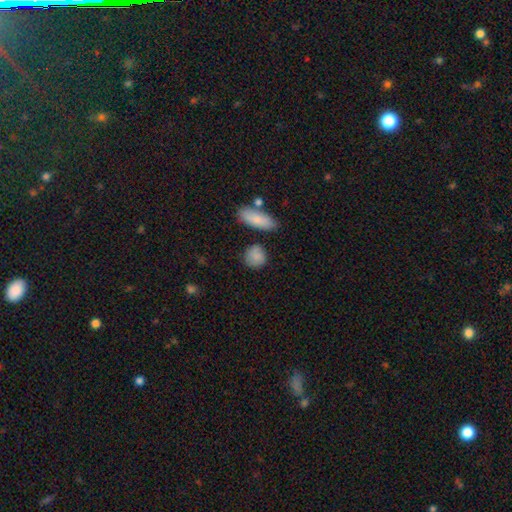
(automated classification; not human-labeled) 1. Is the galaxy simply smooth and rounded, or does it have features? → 86% smooth, 8% featured or disk, 7% star or artifact.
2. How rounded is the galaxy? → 73% round, 23% in between, 3% cigar-shaped.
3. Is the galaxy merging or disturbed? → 76% none, 14% minor disturbance, 5% merger, 4% major disturbance.